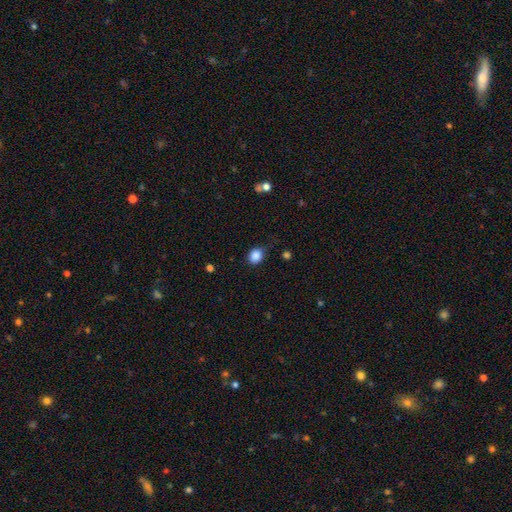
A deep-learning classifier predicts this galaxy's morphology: This appears to be a smooth galaxy with no disk features (86%) that is round (61%). Merging: none (76%).